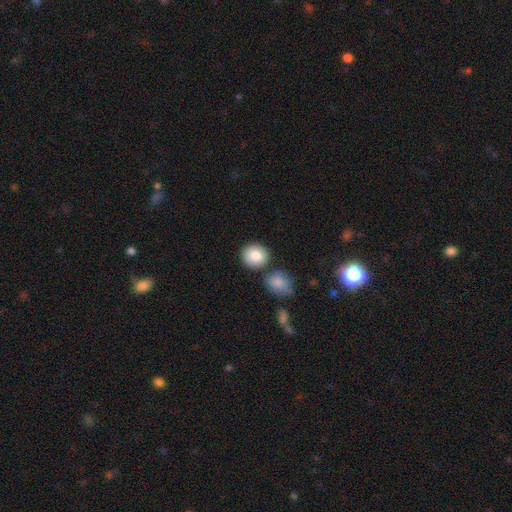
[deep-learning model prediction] Smooth or featured? Predicted: smooth (p=0.84). How rounded? Predicted: round (p=0.82). Merging? Predicted: none (p=0.76).